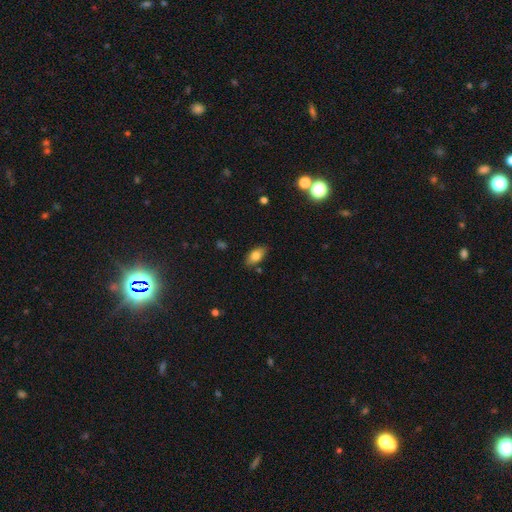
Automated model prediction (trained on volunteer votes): This appears to be a smooth galaxy with no disk features (79%) that is in between round and cigar-shaped (90%). Merging: none (83%).